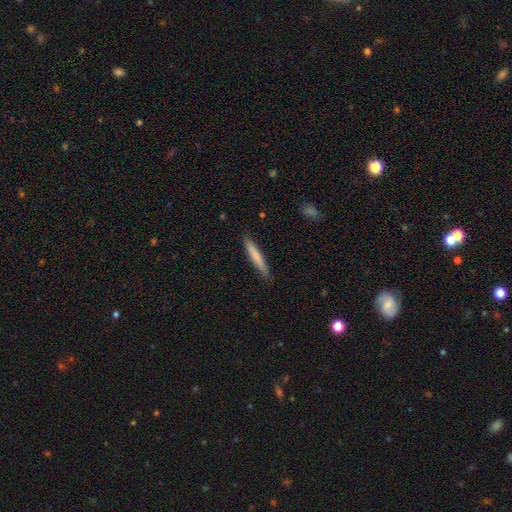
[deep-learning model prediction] Overall: smooth (72%). How rounded: cigar-shaped (95%). Merging: none (88%).